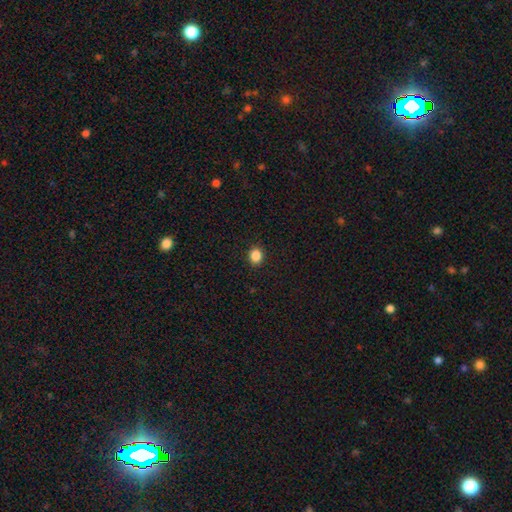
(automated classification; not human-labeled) This appears to be a smooth galaxy with no disk features (86%) that is round (65%). Merging: none (91%).